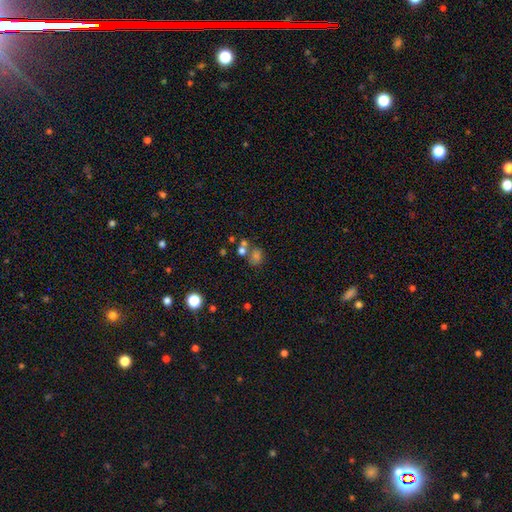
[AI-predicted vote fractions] This is possibly a star or artifact rather than a galaxy (46%).